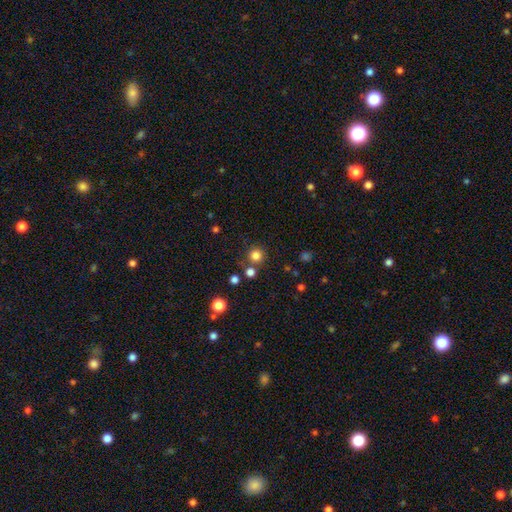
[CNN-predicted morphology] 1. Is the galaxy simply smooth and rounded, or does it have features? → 81% smooth, 14% star or artifact, 5% featured or disk.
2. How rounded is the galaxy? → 95% round, 4% in between, 1% cigar-shaped.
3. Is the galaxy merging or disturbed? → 78% none, 11% merger, 8% minor disturbance, 3% major disturbance.